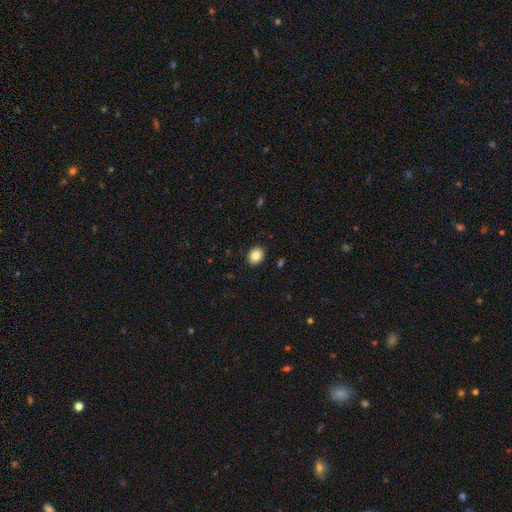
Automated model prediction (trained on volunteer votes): Smooth or featured? smooth (83%)
How rounded? in between (50%)
Merging? none (90%)